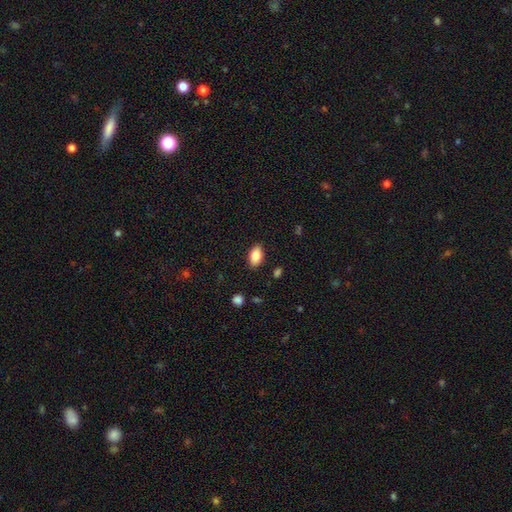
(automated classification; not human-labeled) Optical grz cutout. It shows a smooth galaxy with no disk features (85%) that is in between round and cigar-shaped (91%). Merging: none (87%).